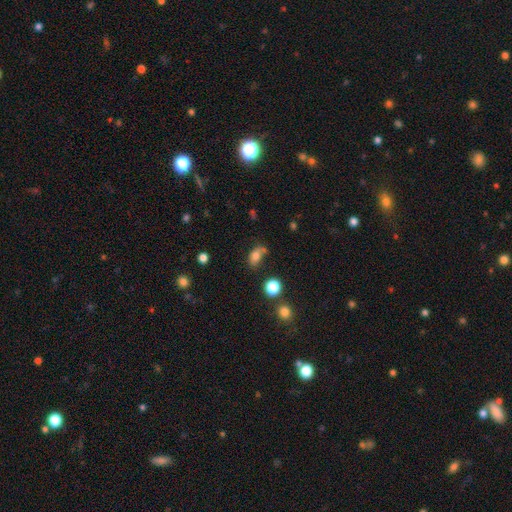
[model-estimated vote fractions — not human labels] smooth_or_featured: smooth (p=0.76) [alt: star or artifact p=0.13]
how_rounded: in between (p=0.81) [alt: round p=0.16]
merging: none (p=0.47) [alt: minor disturbance p=0.25]